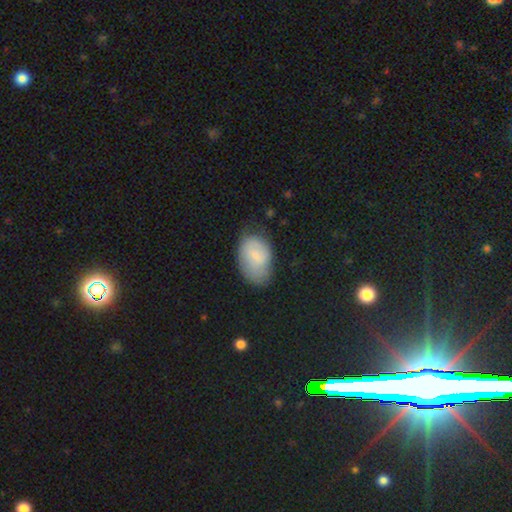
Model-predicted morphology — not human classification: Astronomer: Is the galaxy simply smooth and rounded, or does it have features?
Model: smooth — 74%.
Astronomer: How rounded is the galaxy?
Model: in between — 88%.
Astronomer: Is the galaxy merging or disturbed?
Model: none — 56% (runner-up: minor disturbance, 32%).